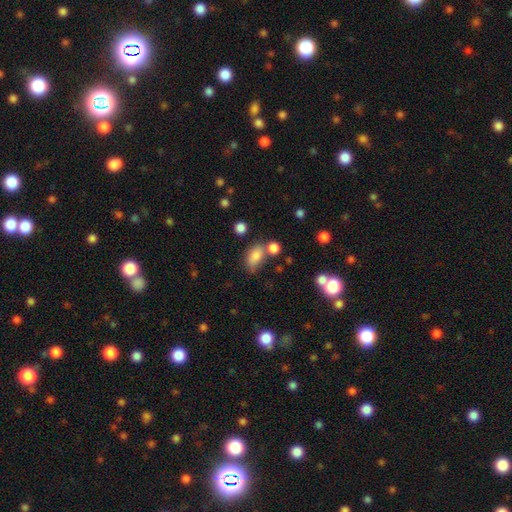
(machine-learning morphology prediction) Q: Smooth or featured?
A: smooth (81%); runner-up: star or artifact (11%)
Q: How rounded?
A: in between (84%); runner-up: round (12%)
Q: Merging?
A: none (52%); runner-up: merger (21%)